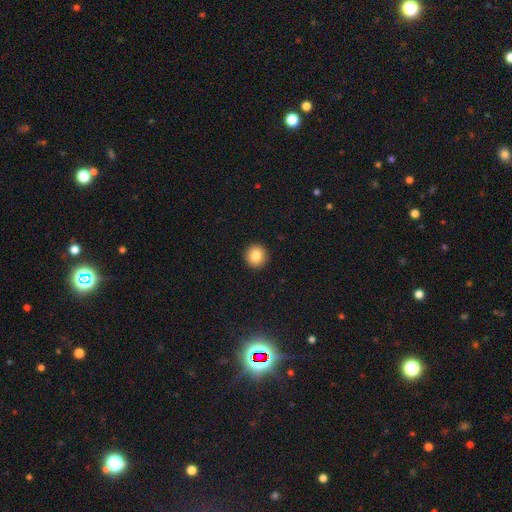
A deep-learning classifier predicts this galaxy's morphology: This appears to be a smooth galaxy with no disk features (84%) that is round (95%). Merging: none (93%).